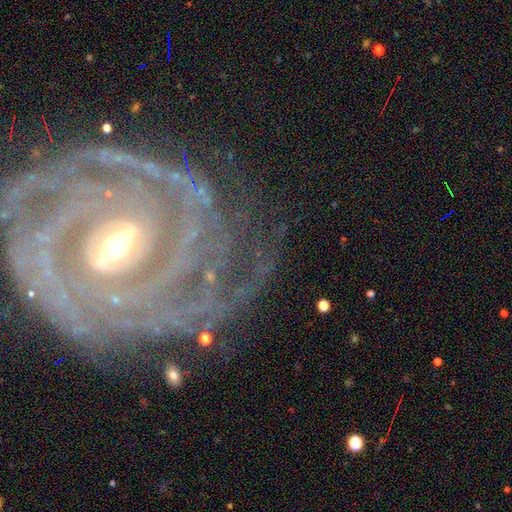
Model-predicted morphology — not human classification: smooth_or_featured: featured or disk (p=0.90) [alt: star or artifact p=0.06]
disk_edge_on: no (p=0.96) [alt: yes p=0.04]
bar: strong (p=0.39) [alt: weak p=0.38]
has_spiral_arms: yes (p=0.96) [alt: no p=0.04]
spiral_winding: tight (p=0.81) [alt: medium p=0.16]
spiral_arm_count: can't tell (p=0.26) [alt: 2 p=0.17]
bulge_size: moderate (p=0.60) [alt: small p=0.32]
merging: none (p=0.73) [alt: minor disturbance p=0.16]